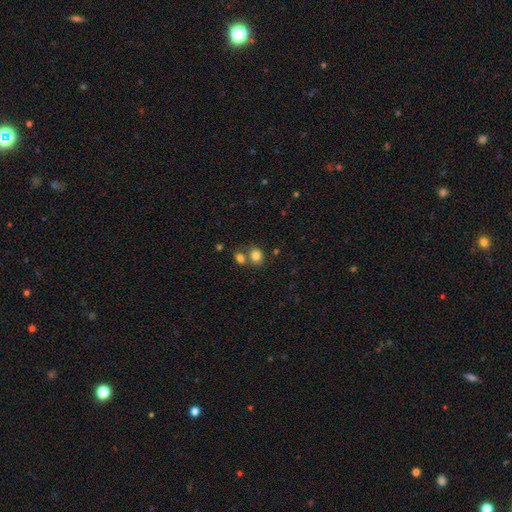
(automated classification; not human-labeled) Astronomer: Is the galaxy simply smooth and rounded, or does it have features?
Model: smooth — 81%.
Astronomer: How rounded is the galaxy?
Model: round — 60% (runner-up: in between, 39%).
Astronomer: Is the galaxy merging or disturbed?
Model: none — 50% (runner-up: merger, 36%).